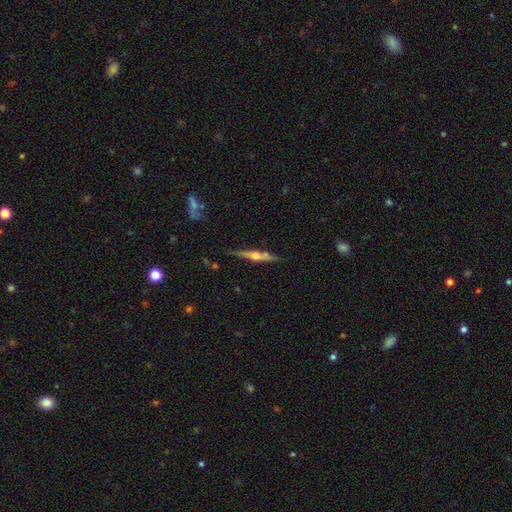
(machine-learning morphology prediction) A featured or disk galaxy (68%) viewed edge-on (96%) with a rounded central bulge (83%).

Vote fractions:
- Smooth or featured? featured or disk: 68% / smooth: 26% / star or artifact: 6%
- Edge-on disk? yes: 96% / no: 4%
- Edge-on bulge? rounded: 83% / boxy: 10% / none: 8%
- Merging? none: 77% / minor disturbance: 16% / merger: 3% / major disturbance: 3%